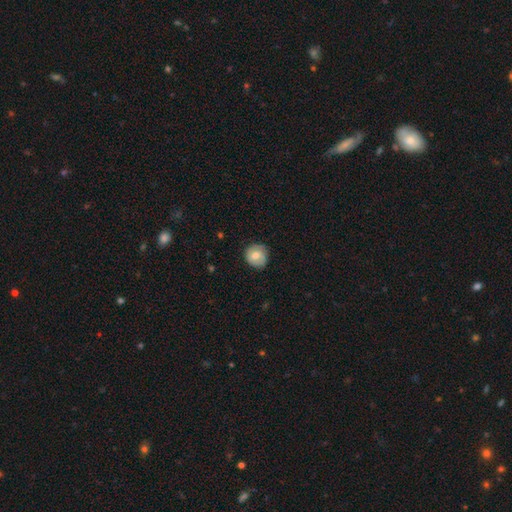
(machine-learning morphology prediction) type=smooth (63%); roundness=round (86%); merging=none (75%).